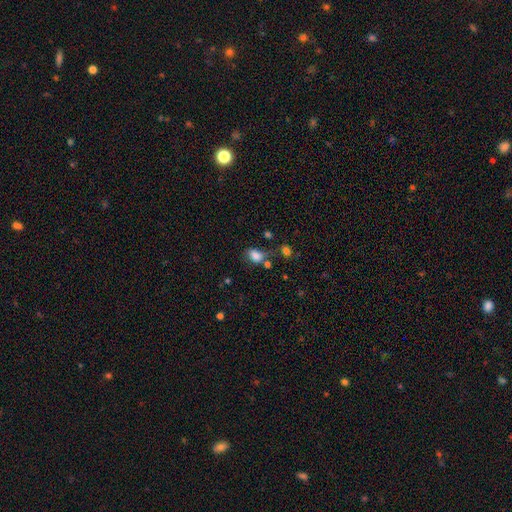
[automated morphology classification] This appears to be a smooth galaxy with no disk features (81%) that is in between round and cigar-shaped (75%). Merging: none (49%).